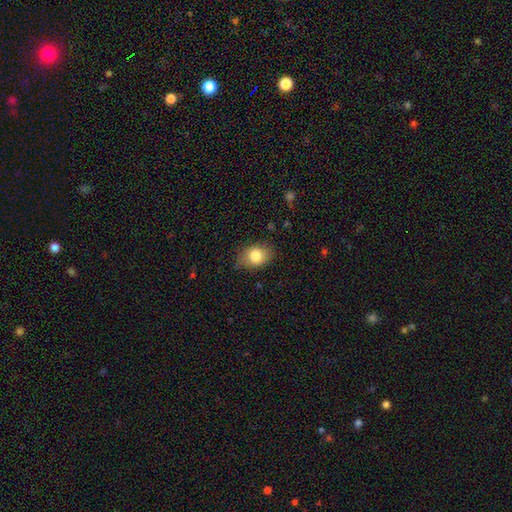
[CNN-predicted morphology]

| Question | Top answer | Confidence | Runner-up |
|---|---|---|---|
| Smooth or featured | smooth | 80% | featured or disk (11%) |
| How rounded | in between | 66% | round (33%) |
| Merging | none | 78% | minor disturbance (18%) |